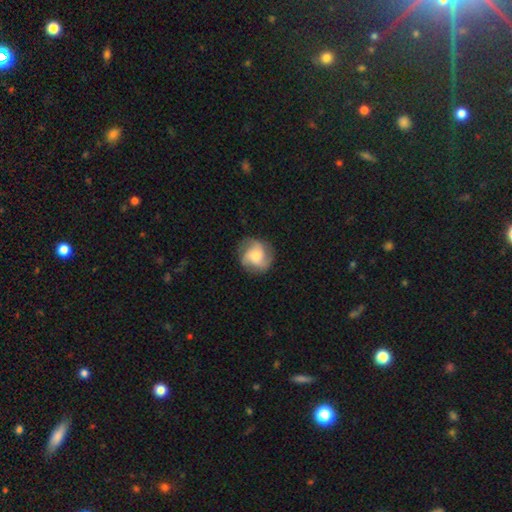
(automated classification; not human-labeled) Smooth or featured?
  - featured or disk: 65% *
  - smooth: 27%
  - star or artifact: 8%
Edge-on disk?
  - no: 98% *
  - yes: 2%
Bar?
  - no: 72% *
  - weak: 23%
  - strong: 4%
Spiral arms?
  - yes: 95% *
  - no: 5%
Spiral winding?
  - medium: 49% *
  - tight: 30%
  - loose: 21%
Spiral arm count?
  - 3: 65% *
  - 4: 14%
  - 2: 7%
  - can't tell: 7%
  - 1: 3%
  - more than 4: 3%
Bulge size?
  - moderate: 40% *
  - small: 29%
  - large: 21%
  - none: 7%
  - dominant: 3%
Merging?
  - none: 79% *
  - minor disturbance: 14%
  - major disturbance: 6%
  - merger: 1%